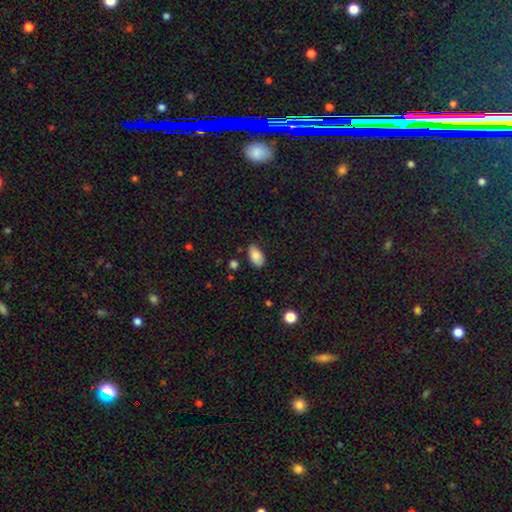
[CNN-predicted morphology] Smooth or featured? smooth (84%)
How rounded? in between (94%)
Merging? none (79%)